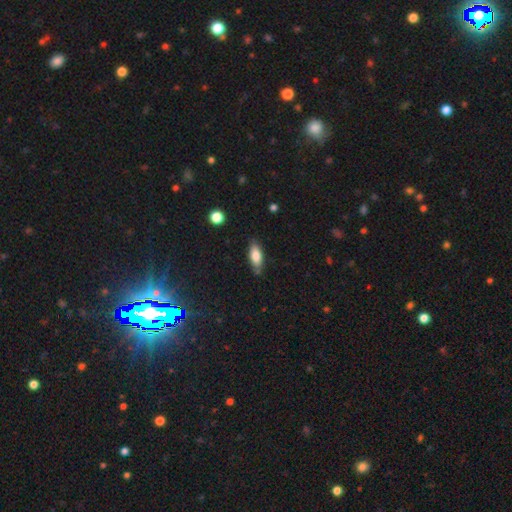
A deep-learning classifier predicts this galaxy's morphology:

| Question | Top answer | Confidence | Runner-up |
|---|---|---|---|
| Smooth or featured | smooth | 79% | featured or disk (14%) |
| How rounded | in between | 77% | cigar-shaped (20%) |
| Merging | none | 78% | minor disturbance (16%) |